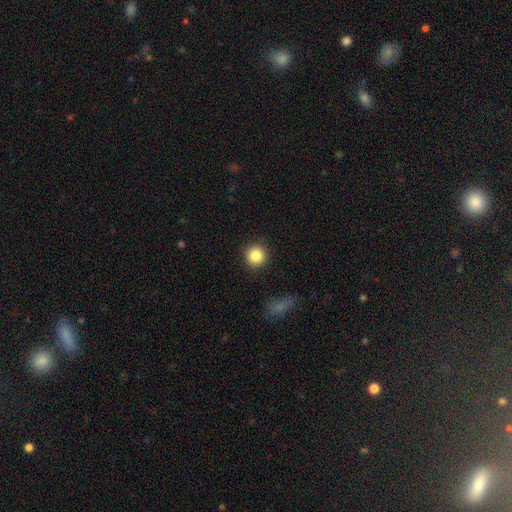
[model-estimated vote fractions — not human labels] Smooth or featured? smooth (85%)
How rounded? round (94%)
Merging? none (90%)